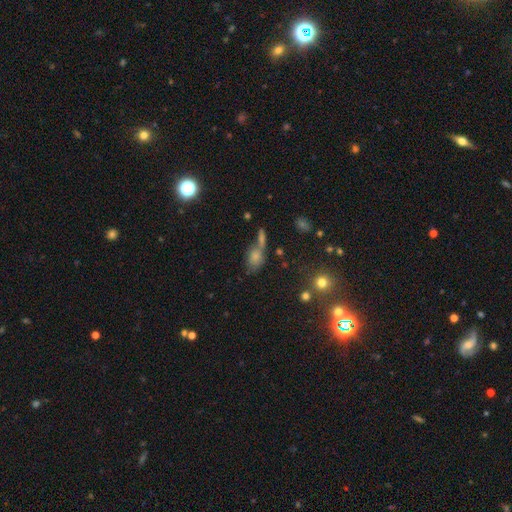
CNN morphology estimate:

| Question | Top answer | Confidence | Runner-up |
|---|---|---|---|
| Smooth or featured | smooth | 72% | star or artifact (14%) |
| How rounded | in between | 72% | round (23%) |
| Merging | none | 40% | merger (36%) |